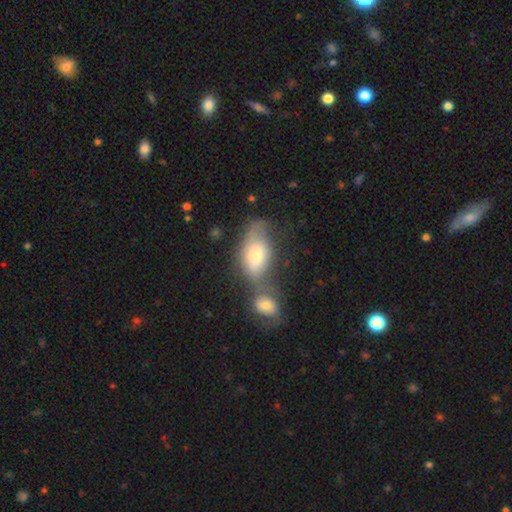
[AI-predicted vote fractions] smooth-or-featured: smooth: 62% | featured or disk: 30% | star or artifact: 8%
  how-rounded: in between: 88% | round: 8% | cigar-shaped: 4%
  merging: merger: 50% | none: 21% | minor disturbance: 15% | major disturbance: 14%